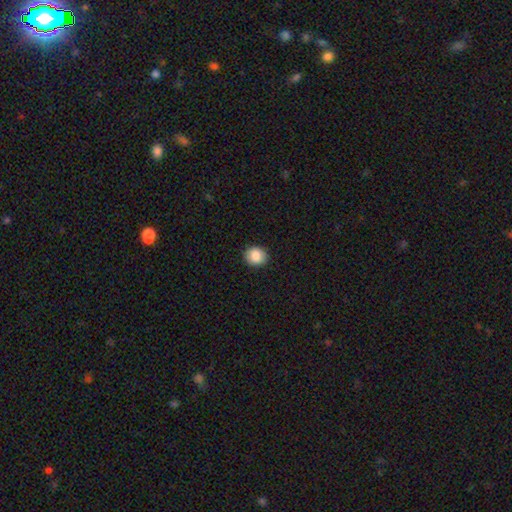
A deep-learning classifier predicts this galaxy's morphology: A smooth galaxy with no disk features (85%) that is round (78%). Merging: none (91%).